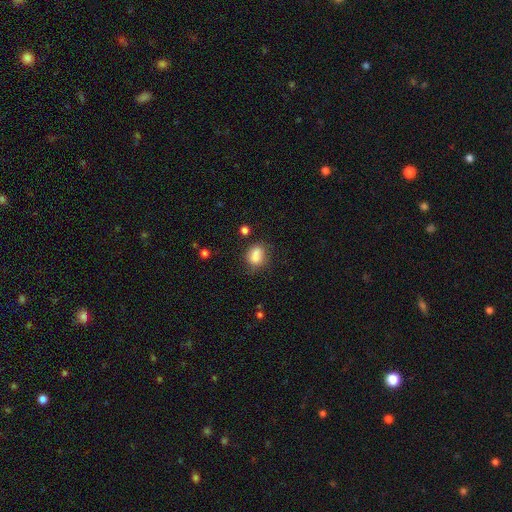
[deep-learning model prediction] This appears to be a smooth galaxy with no disk features (80%) that is in between round and cigar-shaped (56%). Merging: none (55%).